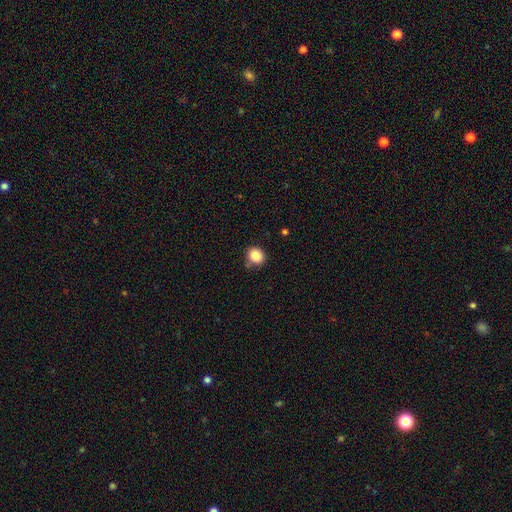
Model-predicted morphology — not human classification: Q: Smooth or featured?
A: smooth (87%); runner-up: star or artifact (9%)
Q: How rounded?
A: round (75%); runner-up: in between (24%)
Q: Merging?
A: none (79%); runner-up: minor disturbance (14%)